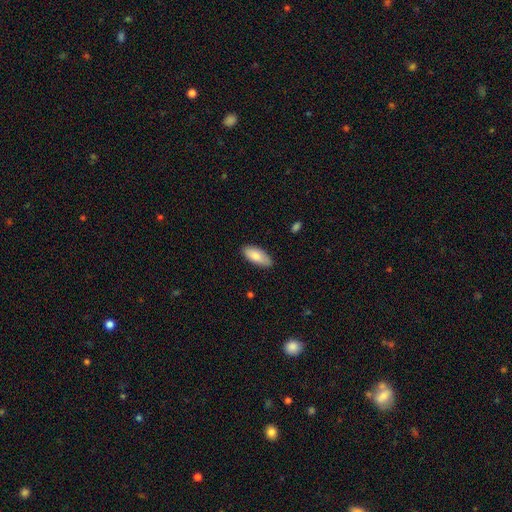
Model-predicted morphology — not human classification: smooth_or_featured: smooth (p=0.83) [alt: featured or disk p=0.11]
how_rounded: in between (p=0.86) [alt: cigar-shaped p=0.12]
merging: none (p=0.84) [alt: minor disturbance p=0.13]